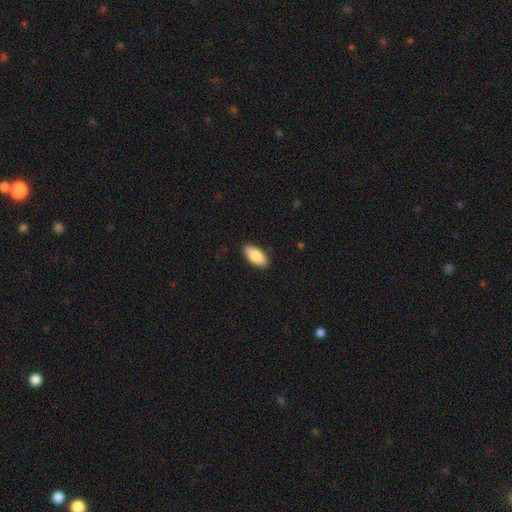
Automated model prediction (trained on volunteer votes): This is clearly a smooth galaxy (85%). How rounded: clearly in between (89%). Merging: clearly none (88%).